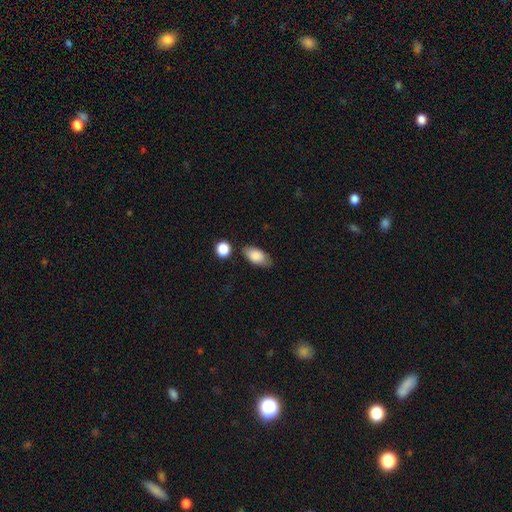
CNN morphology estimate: smooth_or_featured: smooth (p=0.84) [alt: featured or disk p=0.10]
how_rounded: in between (p=0.91) [alt: cigar-shaped p=0.05]
merging: none (p=0.73) [alt: minor disturbance p=0.18]